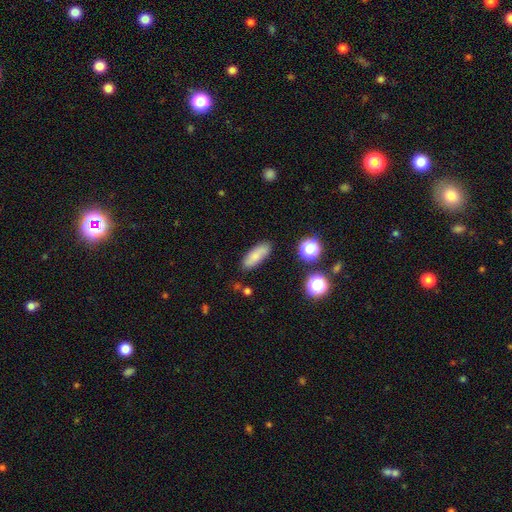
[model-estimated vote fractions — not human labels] A smooth galaxy with no disk features (75%) that is in between round and cigar-shaped (64%). Merging: none (82%).